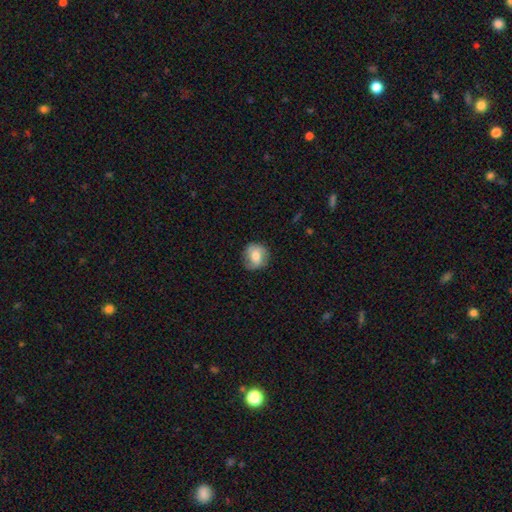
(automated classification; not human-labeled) Q: Smooth or featured?
A: smooth (55%); runner-up: featured or disk (36%)
Q: How rounded?
A: round (83%); runner-up: in between (16%)
Q: Merging?
A: none (78%); runner-up: minor disturbance (16%)